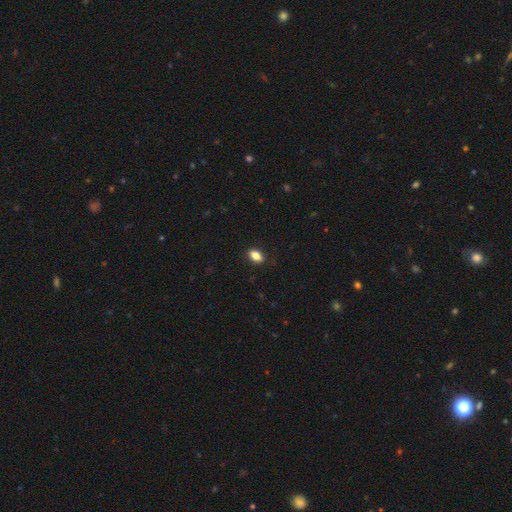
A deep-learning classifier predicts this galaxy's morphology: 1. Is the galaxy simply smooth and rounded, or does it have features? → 85% smooth, 9% star or artifact, 6% featured or disk.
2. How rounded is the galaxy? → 87% in between, 10% round, 3% cigar-shaped.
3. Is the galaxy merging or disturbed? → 88% none, 9% minor disturbance, 2% major disturbance, 1% merger.